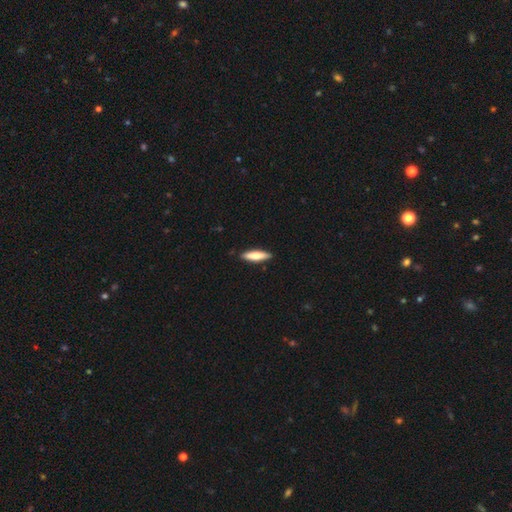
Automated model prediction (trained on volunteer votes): Smooth or featured? smooth (70%)
How rounded? cigar-shaped (70%)
Merging? none (88%)